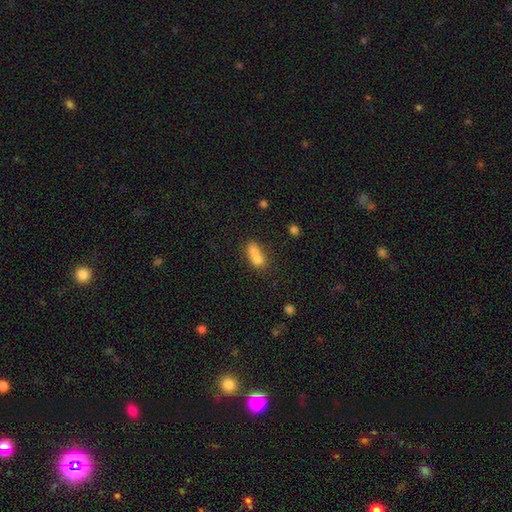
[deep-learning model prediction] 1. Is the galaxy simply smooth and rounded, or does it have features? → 71% smooth, 18% featured or disk, 11% star or artifact.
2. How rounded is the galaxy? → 65% in between, 29% round, 6% cigar-shaped.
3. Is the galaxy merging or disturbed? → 63% merger, 24% none, 9% minor disturbance, 5% major disturbance.